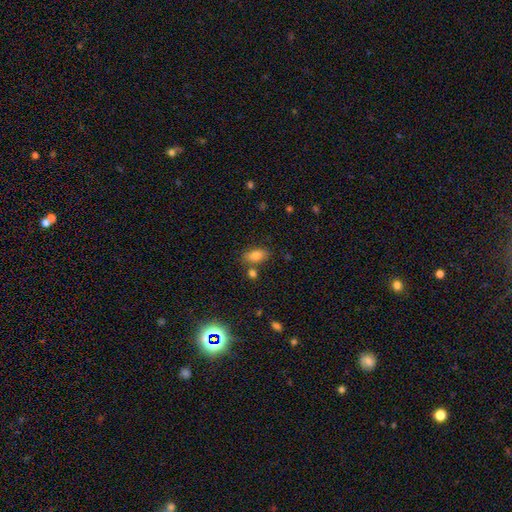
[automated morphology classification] smooth-or-featured: smooth: 80% | star or artifact: 10% | featured or disk: 9%
  how-rounded: in between: 88% | round: 7% | cigar-shaped: 4%
  merging: none: 73% | merger: 12% | minor disturbance: 12% | major disturbance: 3%